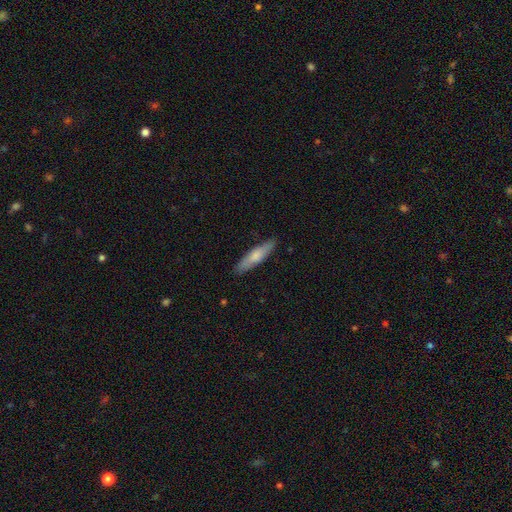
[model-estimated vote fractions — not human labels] This appears to be a smooth galaxy with no disk features (67%) that is cigar-shaped (80%). Merging: none (86%).